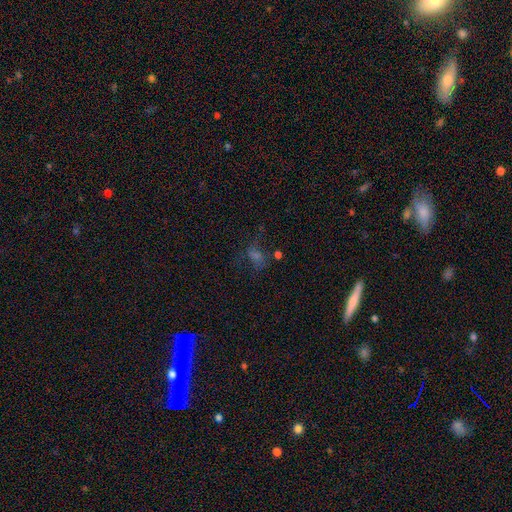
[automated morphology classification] Q: Smooth or featured?
A: smooth (35%); runner-up: featured or disk (34%)
Q: Merging?
A: none (61%); runner-up: minor disturbance (18%)